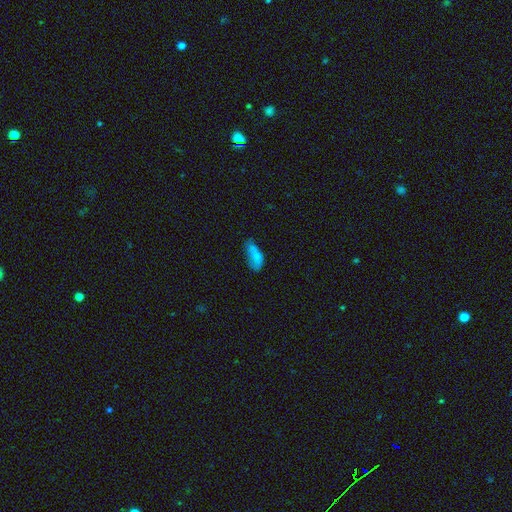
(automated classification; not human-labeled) Smooth or featured?
  - smooth: 71% *
  - featured or disk: 18%
  - star or artifact: 11%
How rounded?
  - in between: 85% *
  - cigar-shaped: 11%
  - round: 4%
Merging?
  - none: 32% *
  - minor disturbance: 26%
  - merger: 25%
  - major disturbance: 17%